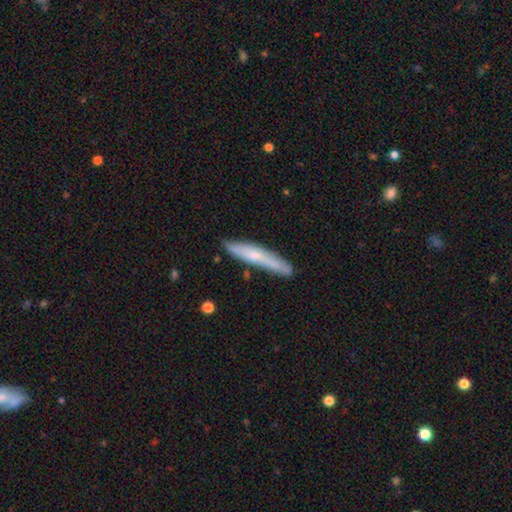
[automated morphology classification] smooth 55%, featured or disk 39%, star or artifact 6%. Down the decision tree: how rounded — cigar-shaped (93%); merging — none (79%).